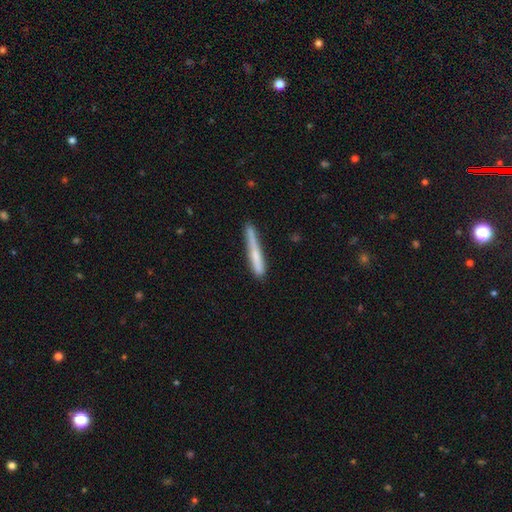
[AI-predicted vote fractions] Q: Smooth or featured?
A: smooth (62%); runner-up: featured or disk (32%)
Q: How rounded?
A: cigar-shaped (96%); runner-up: in between (3%)
Q: Merging?
A: none (72%); runner-up: minor disturbance (20%)